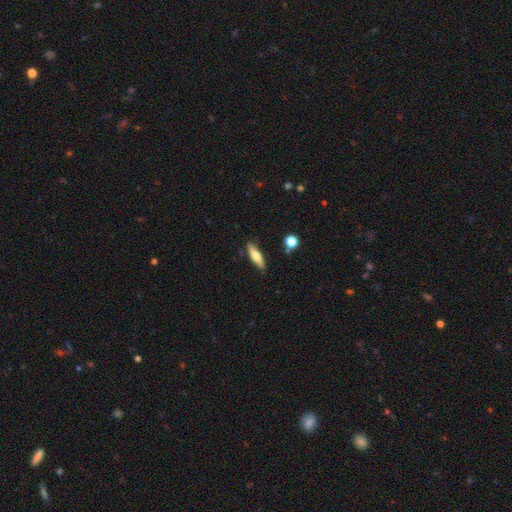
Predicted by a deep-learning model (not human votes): Smooth or featured? smooth (62%)
How rounded? cigar-shaped (66%)
Merging? none (85%)